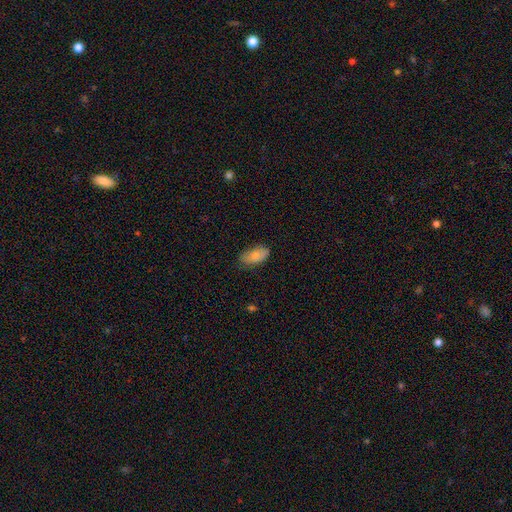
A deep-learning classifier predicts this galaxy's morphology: Q: Smooth or featured?
A: smooth (78%); runner-up: featured or disk (15%)
Q: How rounded?
A: in between (92%); runner-up: cigar-shaped (4%)
Q: Merging?
A: none (69%); runner-up: minor disturbance (25%)